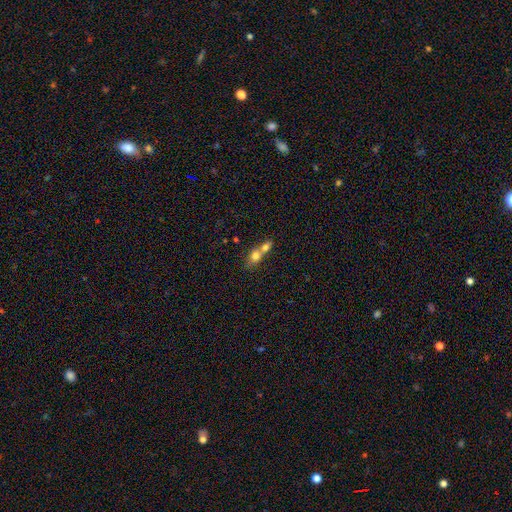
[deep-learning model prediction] A smooth galaxy with no disk features (71%) that is in between round and cigar-shaped (57%). Merging: merger (74%).